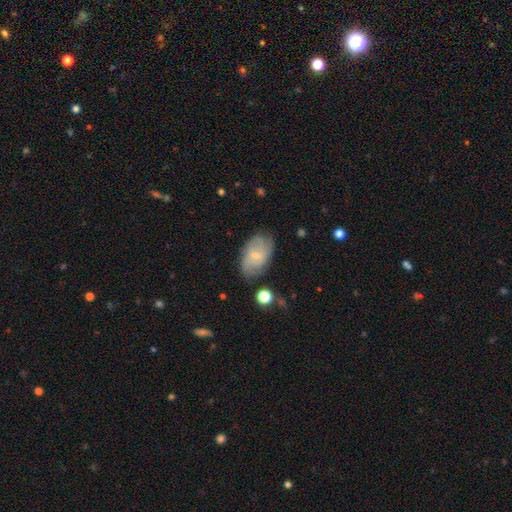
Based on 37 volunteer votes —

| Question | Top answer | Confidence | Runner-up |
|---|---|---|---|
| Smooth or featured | smooth | 59% | featured or disk (32%) |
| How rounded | in between | 100% | — |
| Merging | none | 62% | minor disturbance (35%) |